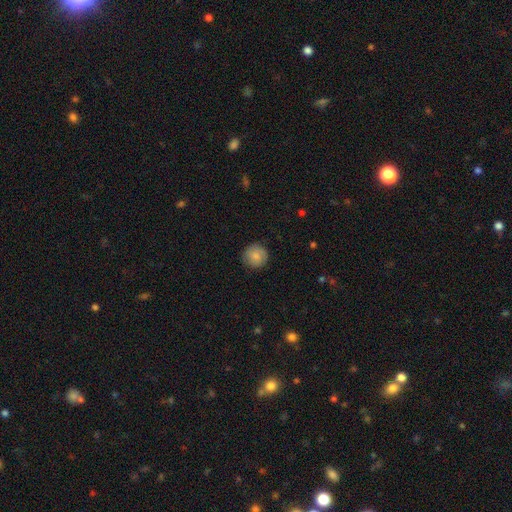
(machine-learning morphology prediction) Smooth or featured? Predicted: smooth (p=0.82). How rounded? Predicted: round (p=0.94). Merging? Predicted: none (p=0.87).